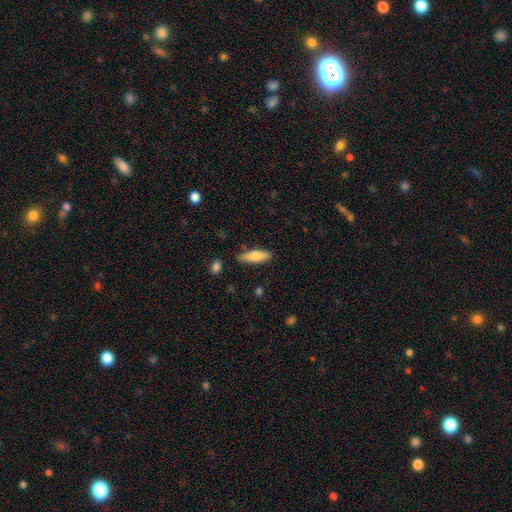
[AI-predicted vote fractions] smooth_or_featured: smooth (p=0.75) [alt: featured or disk p=0.19]
how_rounded: cigar-shaped (p=0.53) [alt: in between p=0.45]
merging: none (p=0.79) [alt: minor disturbance p=0.15]